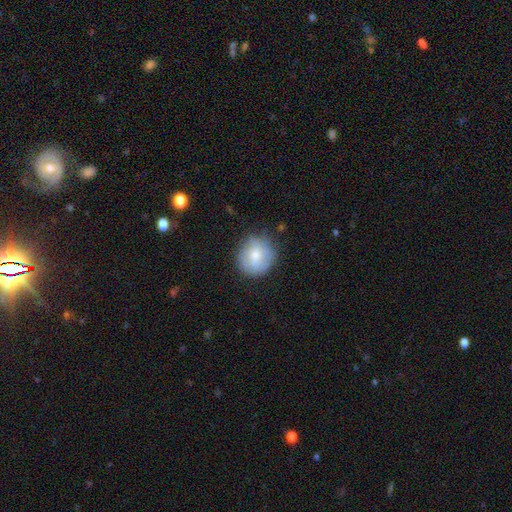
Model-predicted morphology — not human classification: This appears to be a smooth galaxy with no disk features (67%) that is round (88%). Merging: none (76%).